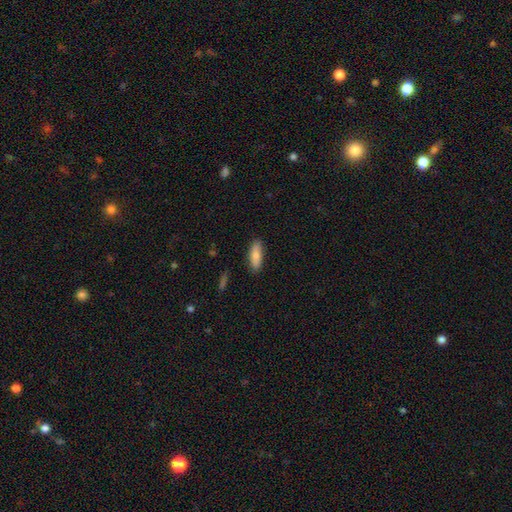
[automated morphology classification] Smooth or featured: smooth — 81% (featured or disk — 12%)
How rounded: in between — 57% (cigar-shaped — 41%)
Merging: none — 87% (minor disturbance — 10%)